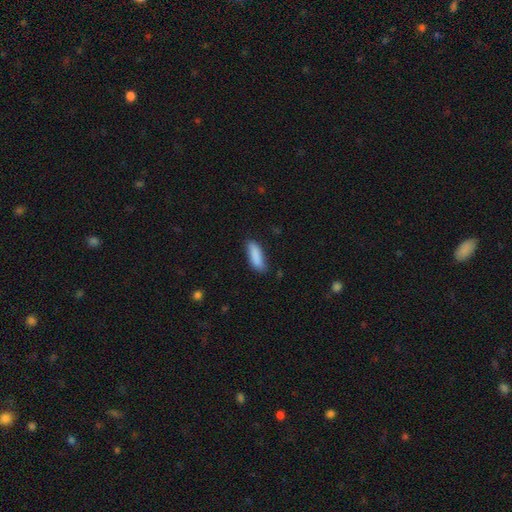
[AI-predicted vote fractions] Morphology: type=smooth (87%); roundness=in between (53%); merging=none (75%).